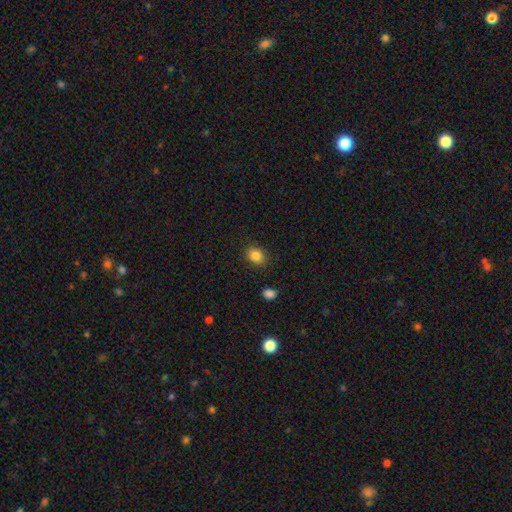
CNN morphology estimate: Smooth or featured? Predicted: smooth (p=0.85). How rounded? Predicted: round (p=0.51). Merging? Predicted: none (p=0.86).